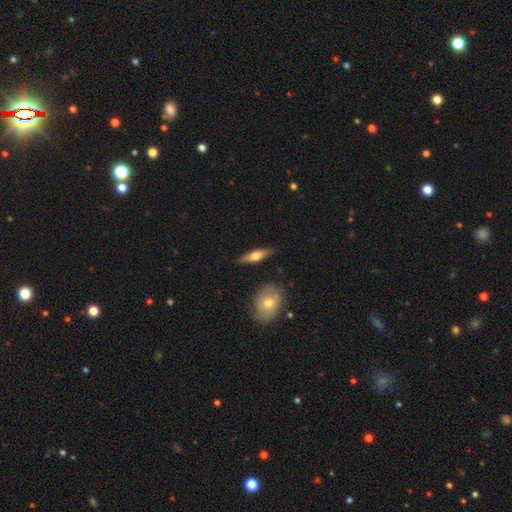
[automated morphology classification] smooth 52%, featured or disk 42%, star or artifact 6%. Down the decision tree: how rounded — cigar-shaped (51%); merging — none (83%).